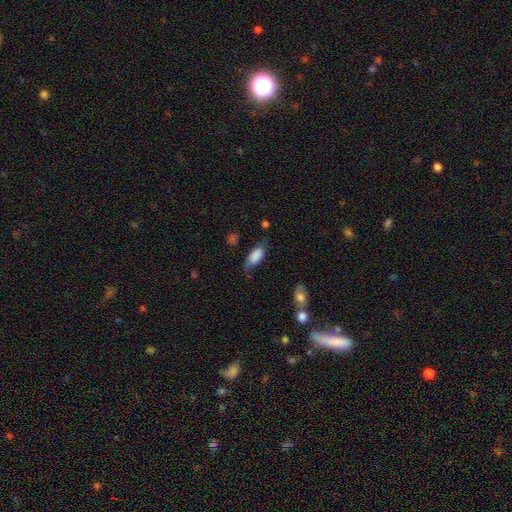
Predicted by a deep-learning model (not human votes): Morphology: type=smooth (73%); roundness=in between (88%); merging=none (44%).